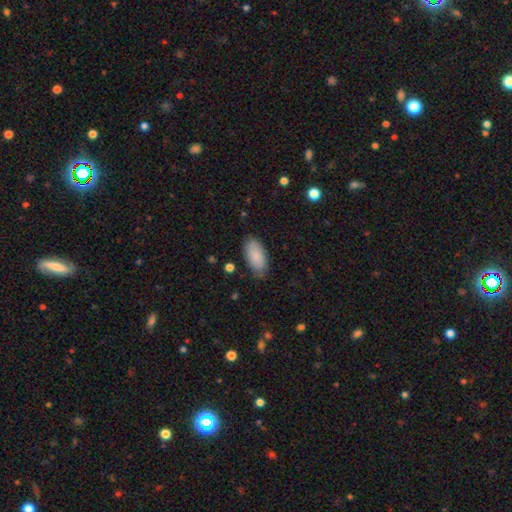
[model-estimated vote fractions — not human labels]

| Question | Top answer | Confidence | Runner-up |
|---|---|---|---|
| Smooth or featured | smooth | 88% | star or artifact (6%) |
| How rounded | in between | 92% | cigar-shaped (6%) |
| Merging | none | 82% | minor disturbance (14%) |